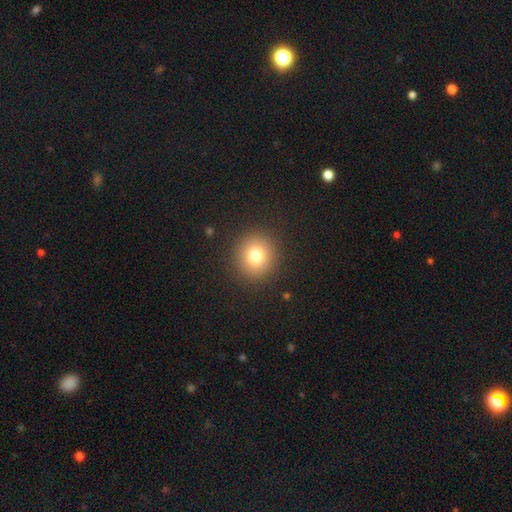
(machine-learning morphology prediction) The model was most divided on "smooth or featured": smooth: 77%, star or artifact: 13%, featured or disk: 10%. More confident: how rounded — round (91%); merging — none (91%).